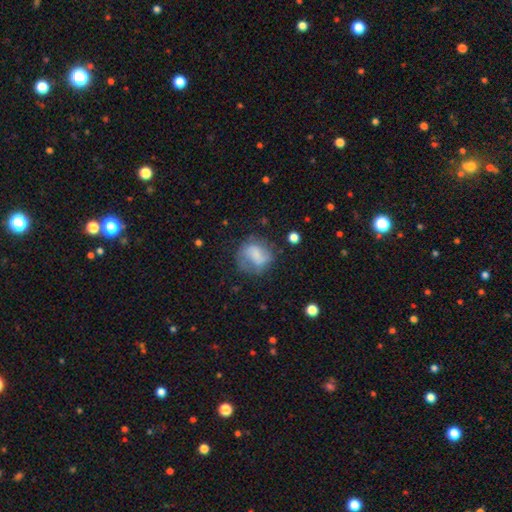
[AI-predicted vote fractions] A smooth galaxy with no disk features (53%) that is round (68%). Merging: none (51%).